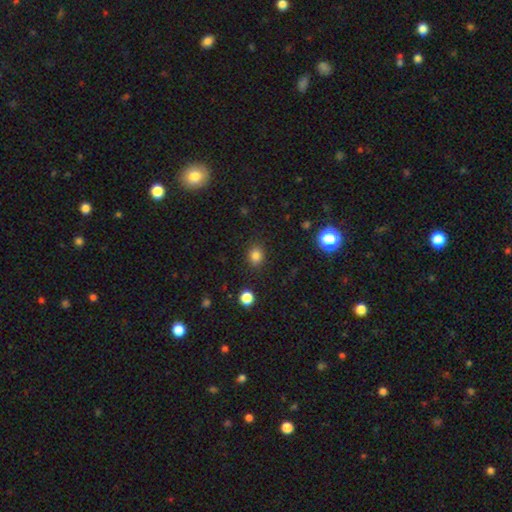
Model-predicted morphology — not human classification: smooth_or_featured: smooth (p=0.82) [alt: star or artifact p=0.14]
how_rounded: round (p=0.61) [alt: in between p=0.38]
merging: none (p=0.86) [alt: minor disturbance p=0.09]